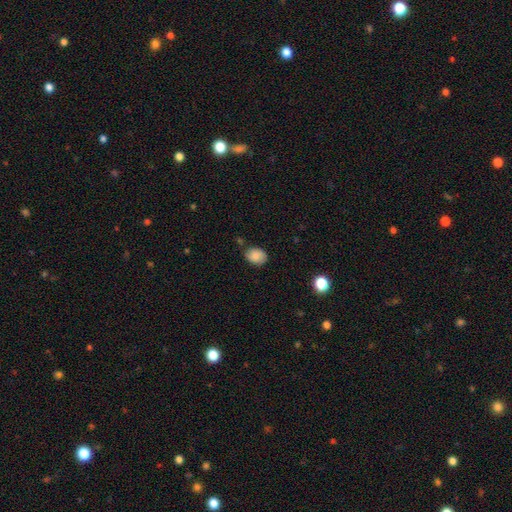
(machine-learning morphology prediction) smooth-or-featured: smooth: 82% | featured or disk: 9% | star or artifact: 9%
  how-rounded: in between: 67% | round: 32% | cigar-shaped: 1%
  merging: none: 71% | minor disturbance: 22% | major disturbance: 4% | merger: 4%